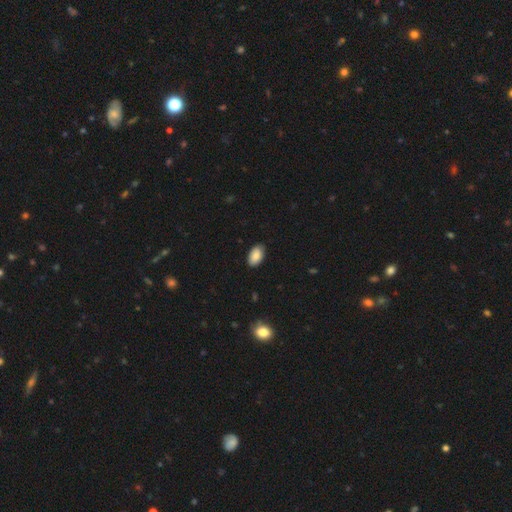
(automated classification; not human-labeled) smooth_or_featured: smooth (p=0.88) [alt: star or artifact p=0.07]
how_rounded: in between (p=0.94) [alt: round p=0.05]
merging: none (p=0.86) [alt: minor disturbance p=0.11]